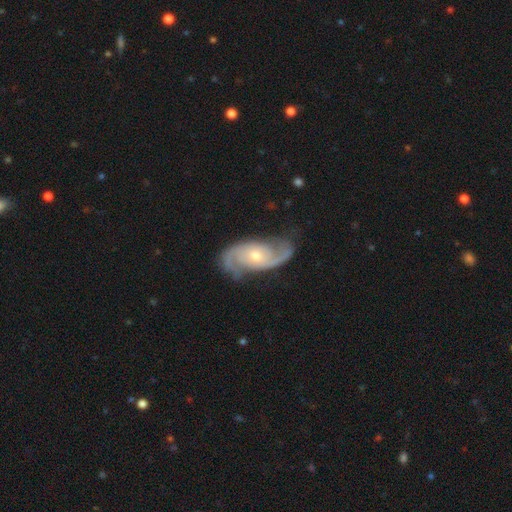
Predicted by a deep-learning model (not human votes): Smooth or featured?
  - featured or disk: 90% *
  - smooth: 6%
  - star or artifact: 5%
Edge-on disk?
  - no: 96% *
  - yes: 4%
Bar?
  - no: 65% *
  - weak: 28%
  - strong: 7%
Spiral arms?
  - yes: 97% *
  - no: 3%
Spiral winding?
  - medium: 51% *
  - tight: 27%
  - loose: 22%
Spiral arm count?
  - 2: 90% *
  - can't tell: 4%
  - 3: 3%
  - 1: 1%
  - 4: 1%
  - more than 4: 1%
Bulge size?
  - small: 49% *
  - moderate: 46%
  - large: 3%
  - none: 1%
  - dominant: 1%
Merging?
  - none: 76% *
  - minor disturbance: 17%
  - major disturbance: 6%
  - merger: 1%